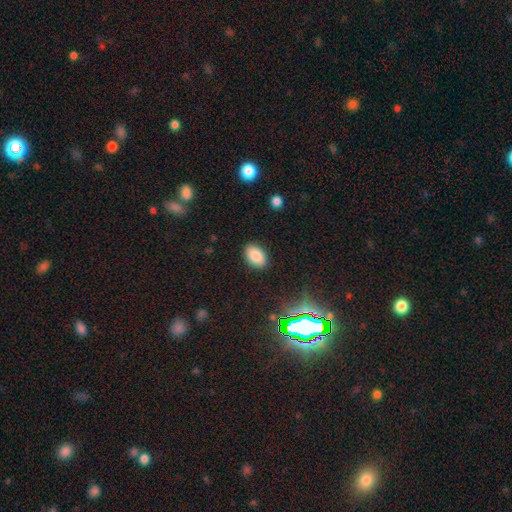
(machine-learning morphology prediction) Smooth or featured? Predicted: smooth (p=0.84). How rounded? Predicted: in between (p=0.85). Merging? Predicted: none (p=0.88).